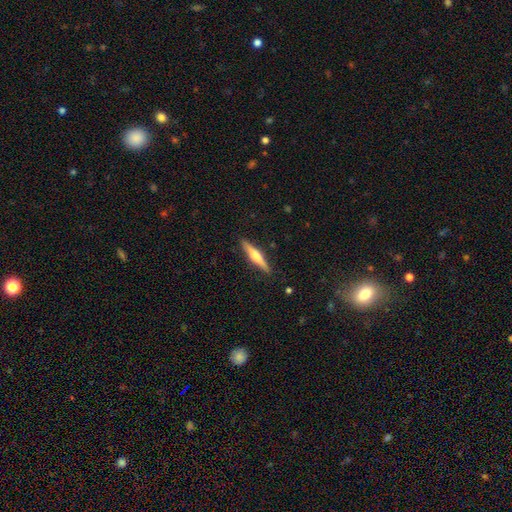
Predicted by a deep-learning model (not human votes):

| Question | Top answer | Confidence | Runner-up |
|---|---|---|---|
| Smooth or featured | featured or disk | 58% | smooth (36%) |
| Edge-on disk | yes | 97% | no (3%) |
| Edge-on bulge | rounded | 87% | boxy (7%) |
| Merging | none | 90% | minor disturbance (7%) |